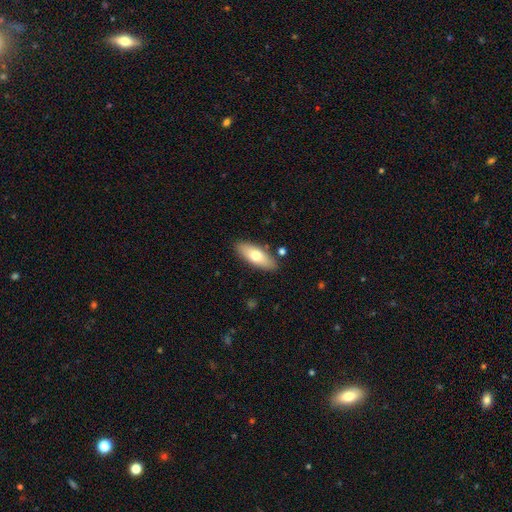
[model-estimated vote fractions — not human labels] Morphology: type=smooth (68%); roundness=in between (73%); merging=none (86%).